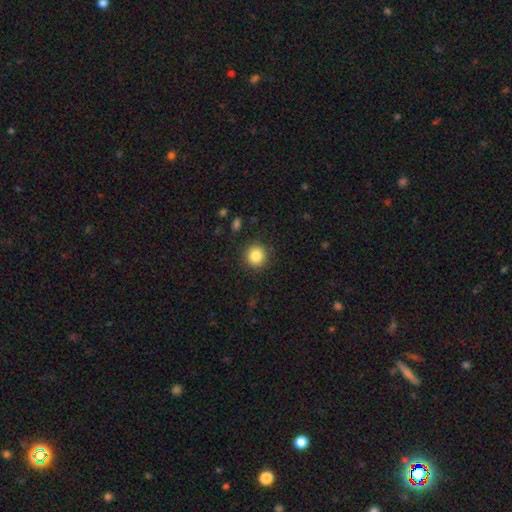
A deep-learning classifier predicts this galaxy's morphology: smooth 85%, star or artifact 10%, featured or disk 5%. Down the decision tree: how rounded — round (93%); merging — none (90%).